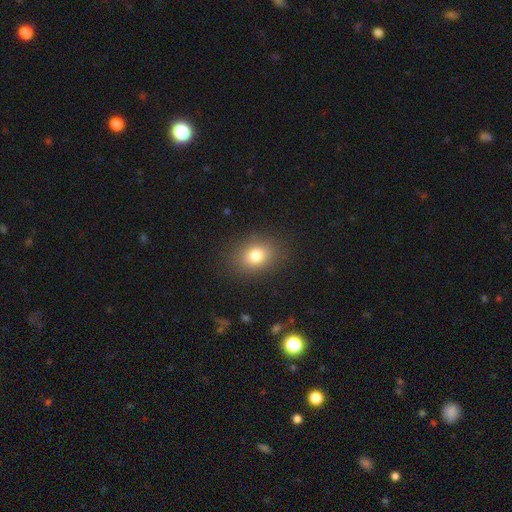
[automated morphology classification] A smooth galaxy with no disk features (80%) that is in between round and cigar-shaped (60%).

Vote fractions:
- Smooth or featured? smooth: 80% / star or artifact: 11% / featured or disk: 9%
- How rounded? in between: 60% / round: 39% / cigar-shaped: 1%
- Merging? none: 85% / minor disturbance: 10% / major disturbance: 4% / merger: 1%